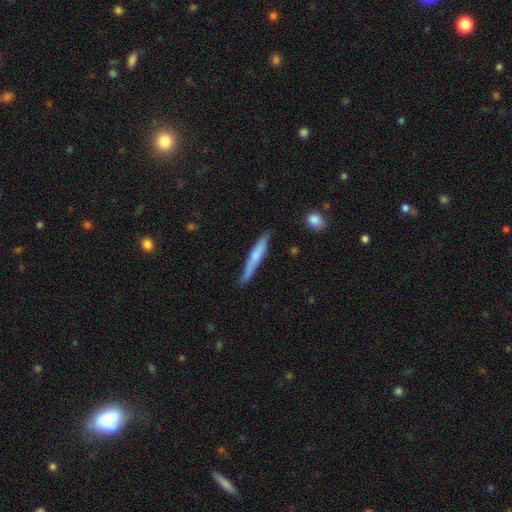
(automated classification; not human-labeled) Smooth or featured?
  - smooth: 48% *
  - featured or disk: 46%
  - star or artifact: 6%
Merging?
  - none: 83% *
  - minor disturbance: 13%
  - major disturbance: 2%
  - merger: 2%